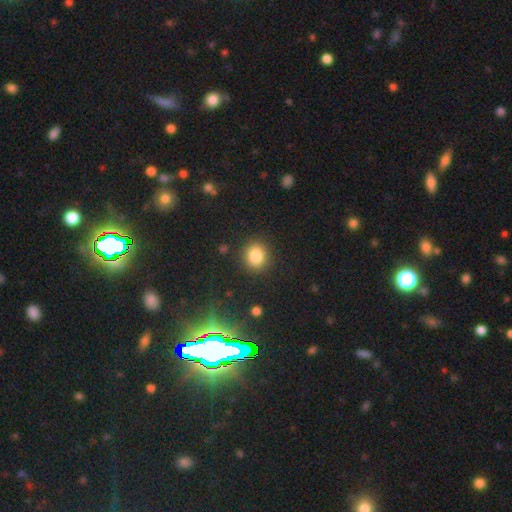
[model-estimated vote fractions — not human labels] A smooth galaxy with no disk features (84%) that is round (76%).

Vote fractions:
- Smooth or featured? smooth: 84% / star or artifact: 11% / featured or disk: 5%
- How rounded? round: 76% / in between: 23% / cigar-shaped: 1%
- Merging? none: 88% / minor disturbance: 8% / major disturbance: 3% / merger: 2%